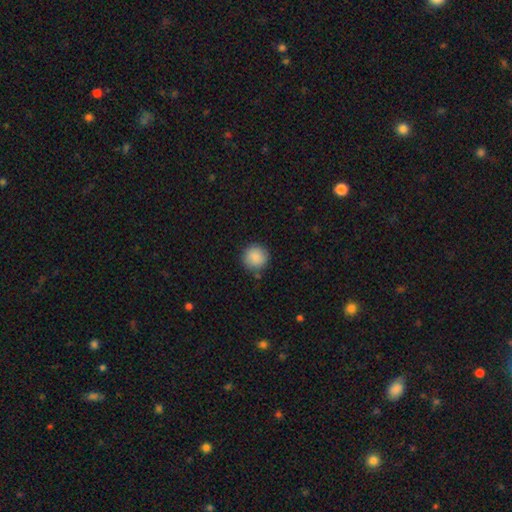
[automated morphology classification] A smooth galaxy with no disk features (89%) that is round (94%). Merging: none (86%).